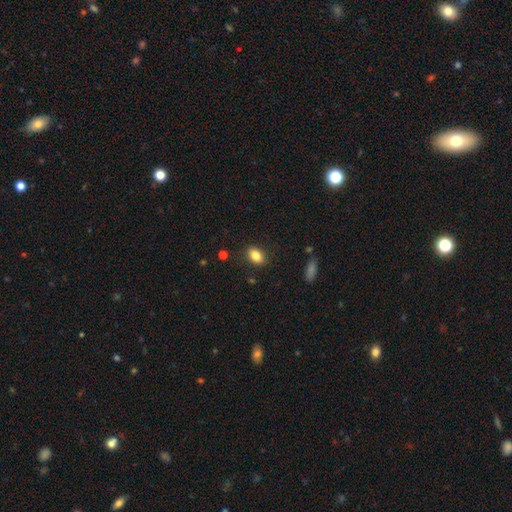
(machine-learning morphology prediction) This appears to be a smooth galaxy with no disk features (85%) that is in between round and cigar-shaped (82%). Merging: none (86%).